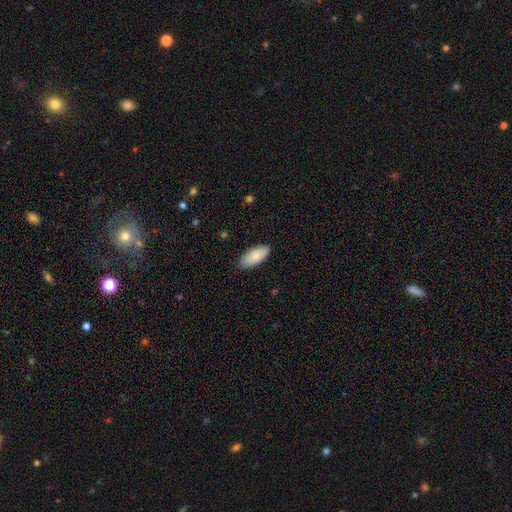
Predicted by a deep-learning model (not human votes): smooth 83%, featured or disk 12%, star or artifact 6%. Down the decision tree: how rounded — in between (91%); merging — none (86%).